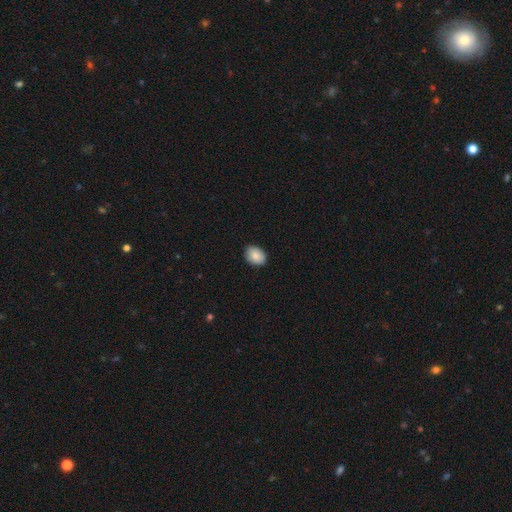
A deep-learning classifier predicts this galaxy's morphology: Overall: smooth (88%). How rounded: in between (74%). Merging: none (89%).